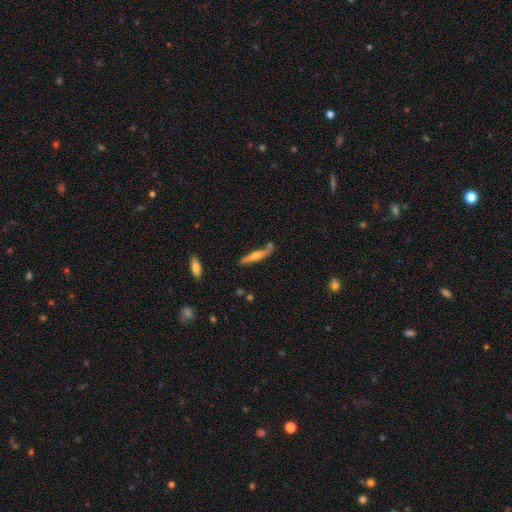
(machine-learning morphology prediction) smooth-or-featured: featured or disk: 55% | smooth: 39% | star or artifact: 6%
  disk-edge-on: yes: 92% | no: 8%
    edge-on-bulge: rounded: 87% | none: 8% | boxy: 5%
  merging: none: 73% | minor disturbance: 16% | merger: 8% | major disturbance: 4%